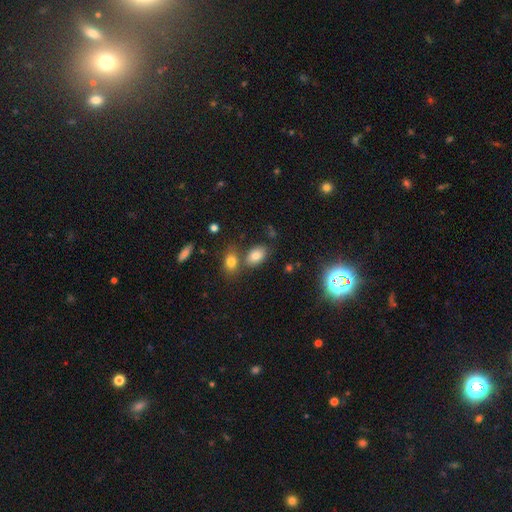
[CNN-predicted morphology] This is likely a smooth galaxy (80%). How rounded: clearly in between (88%). Merging: likely none (61%).